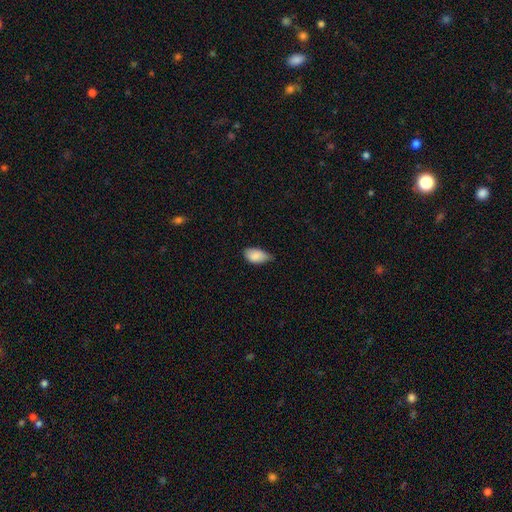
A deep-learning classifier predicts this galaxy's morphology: A smooth galaxy with no disk features (86%) that is in between round and cigar-shaped (93%). Merging: minor disturbance (50%).